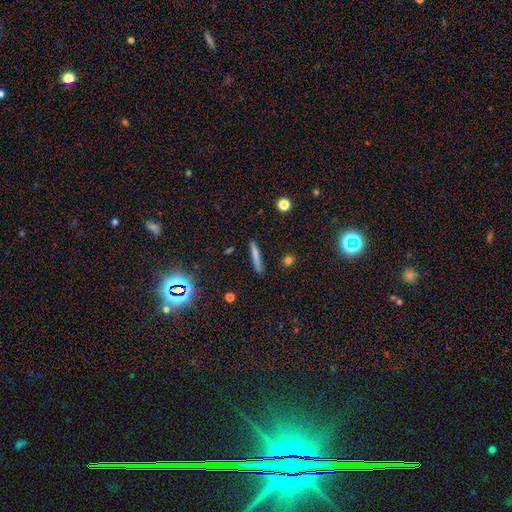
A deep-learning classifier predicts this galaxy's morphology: smooth-or-featured: smooth: 73% | featured or disk: 19% | star or artifact: 9%
  how-rounded: cigar-shaped: 93% | in between: 5% | round: 2%
  merging: none: 87% | minor disturbance: 9% | major disturbance: 2% | merger: 2%